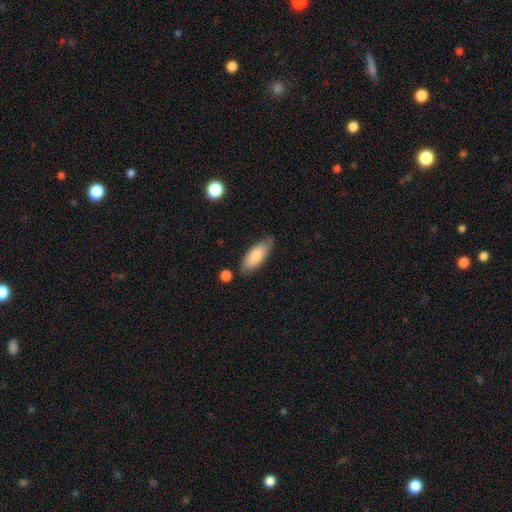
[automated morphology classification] This appears to be a smooth galaxy with no disk features (81%) that is in between round and cigar-shaped (79%). Merging: none (72%).